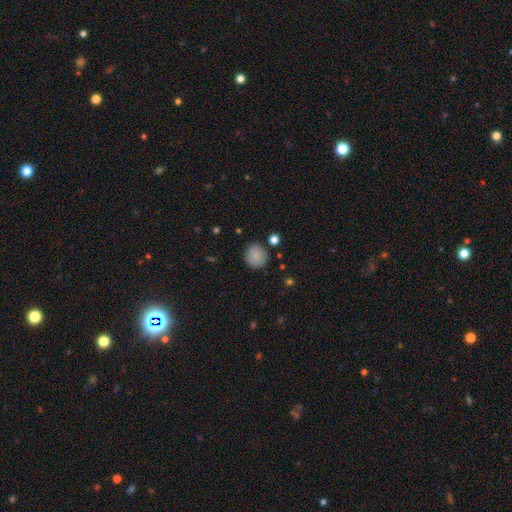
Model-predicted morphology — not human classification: Smooth or featured: smooth — 86% (star or artifact — 8%)
How rounded: round — 90% (in between — 9%)
Merging: none — 85% (minor disturbance — 10%)